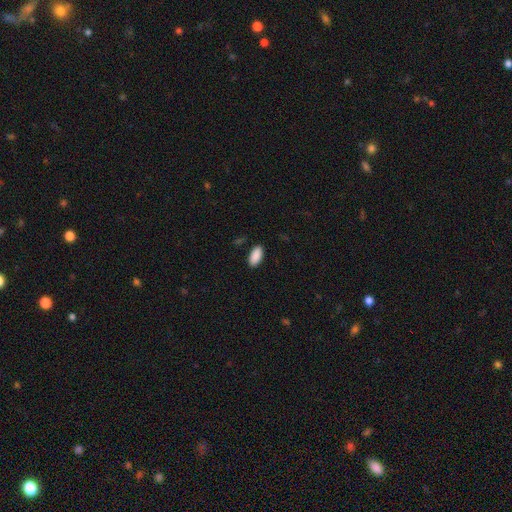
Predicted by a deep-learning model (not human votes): Smooth or featured? smooth (91%)
How rounded? in between (91%)
Merging? none (89%)